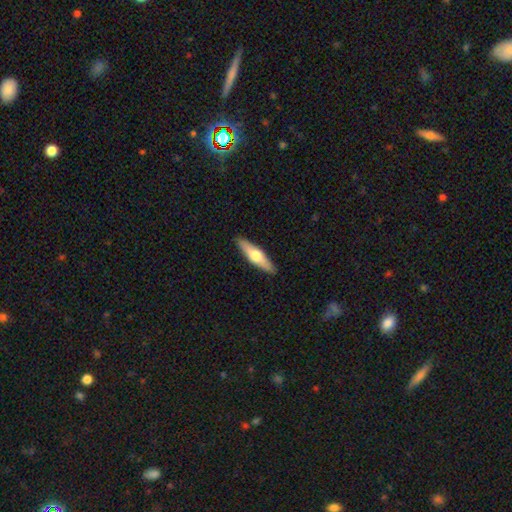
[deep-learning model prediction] Morphology: type=smooth (51%); roundness=cigar-shaped (69%); merging=none (90%).